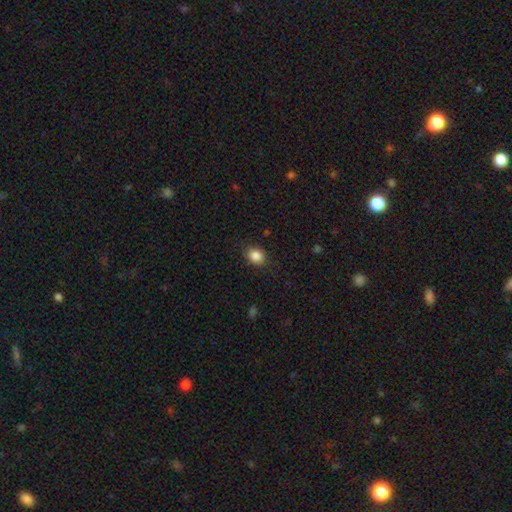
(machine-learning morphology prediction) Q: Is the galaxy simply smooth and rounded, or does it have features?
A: smooth — 86%.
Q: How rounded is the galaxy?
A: round — 57%.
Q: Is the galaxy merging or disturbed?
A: none — 84%.